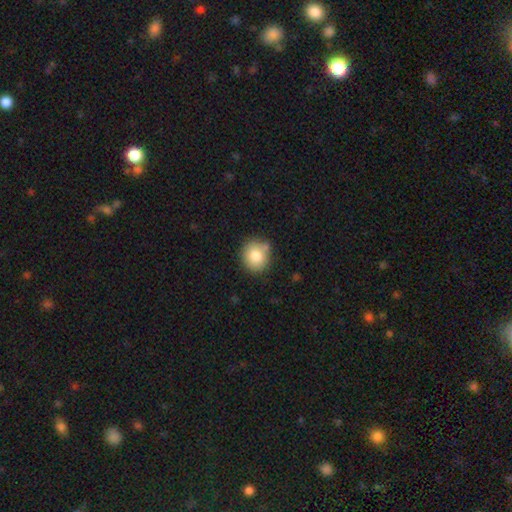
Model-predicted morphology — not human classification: A smooth galaxy with no disk features (80%) that is round (82%).

Vote fractions:
- Smooth or featured? smooth: 80% / featured or disk: 11% / star or artifact: 9%
- How rounded? round: 82% / in between: 17% / cigar-shaped: 1%
- Merging? none: 71% / minor disturbance: 18% / merger: 8% / major disturbance: 4%